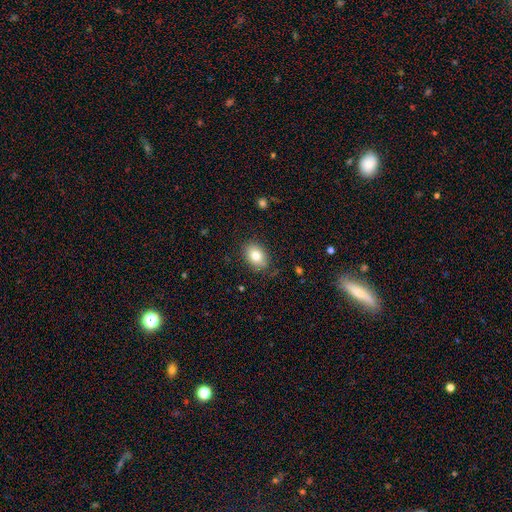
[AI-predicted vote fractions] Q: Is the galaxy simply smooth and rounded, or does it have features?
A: smooth — 81%.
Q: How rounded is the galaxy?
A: in between — 75%.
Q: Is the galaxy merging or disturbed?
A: none — 82%.